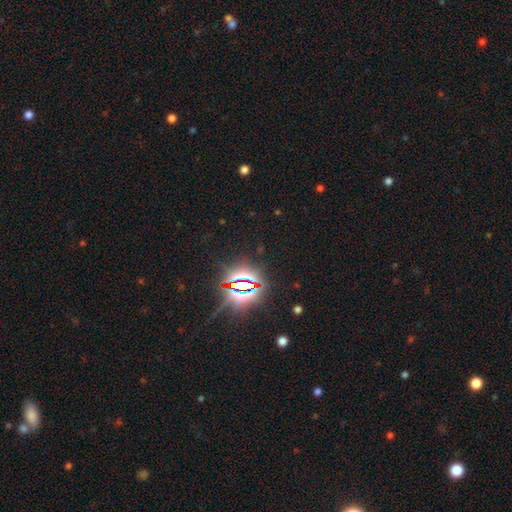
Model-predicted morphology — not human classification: type=star or artifact (86%).